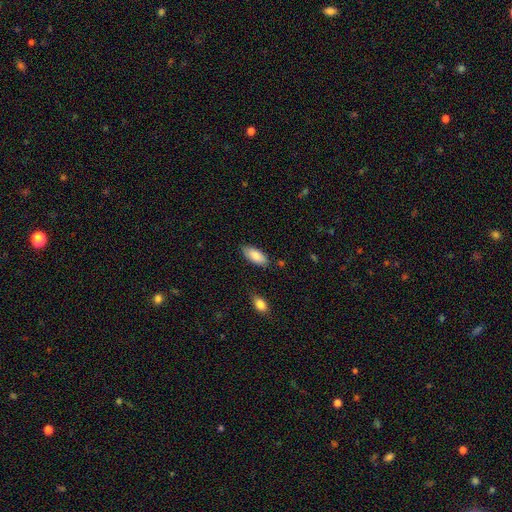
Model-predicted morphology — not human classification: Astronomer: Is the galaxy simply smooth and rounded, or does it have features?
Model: smooth — 85%.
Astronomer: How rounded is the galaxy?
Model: in between — 89%.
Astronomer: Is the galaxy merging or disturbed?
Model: none — 81%.